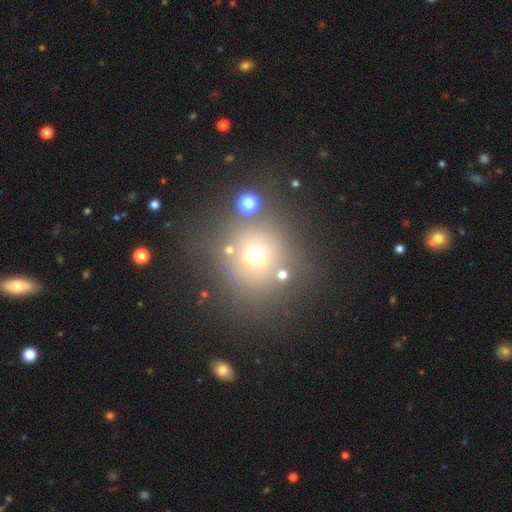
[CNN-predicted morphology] Q: Smooth or featured?
A: smooth (64%); runner-up: star or artifact (24%)
Q: How rounded?
A: round (89%); runner-up: in between (10%)
Q: Merging?
A: none (73%); runner-up: minor disturbance (10%)